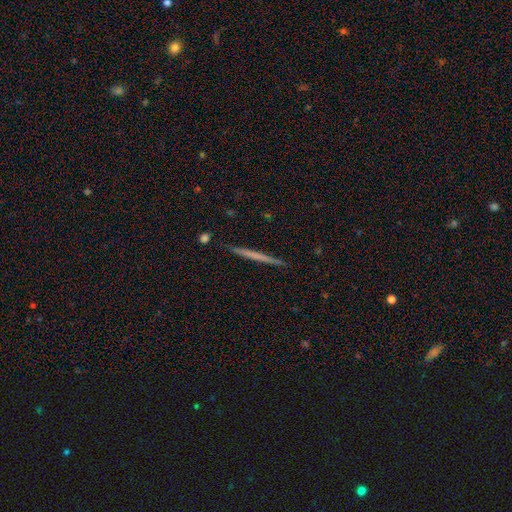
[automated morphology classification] Smooth or featured? Predicted: featured or disk (p=0.49). Merging? Predicted: none (p=0.92).